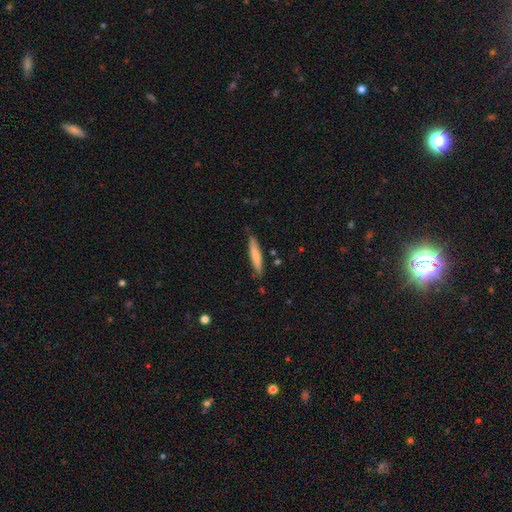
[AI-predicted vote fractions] smooth 72%, featured or disk 22%, star or artifact 5%. Down the decision tree: how rounded — cigar-shaped (89%); merging — none (84%).